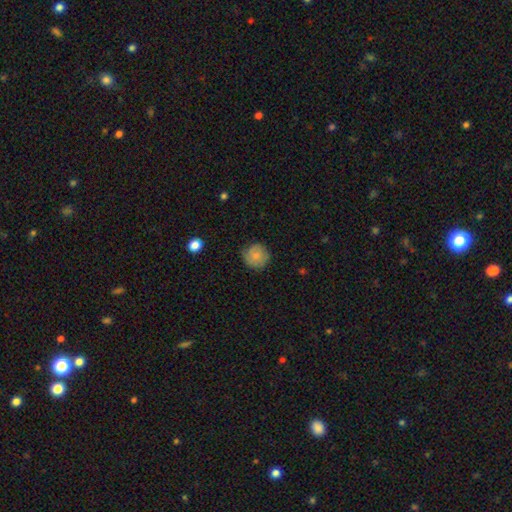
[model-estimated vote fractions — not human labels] Smooth or featured? smooth (78%)
How rounded? round (93%)
Merging? none (80%)